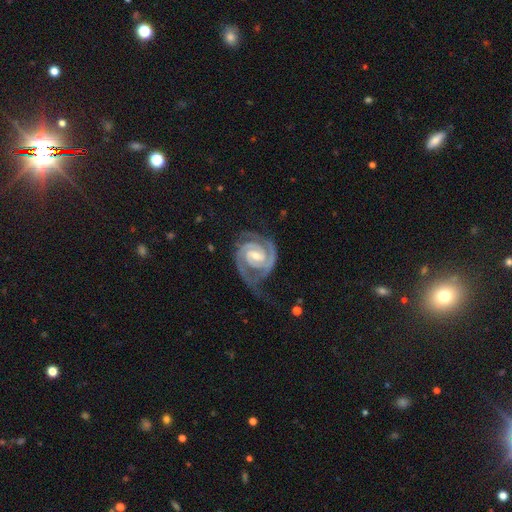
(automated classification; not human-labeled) Morphology: type=featured or disk (94%); edge-on=no (98%); bar=weak (49%); spiral arms=yes (99%); winding=tight (76%); arm count=2 (82%); bulge=moderate (48%); merging=none (64%).